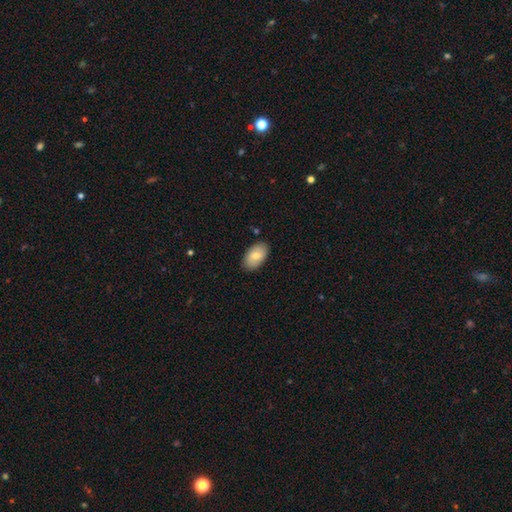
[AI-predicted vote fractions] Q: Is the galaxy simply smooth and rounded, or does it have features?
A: smooth — 78%.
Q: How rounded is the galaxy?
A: in between — 94%.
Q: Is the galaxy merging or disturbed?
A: none — 86%.